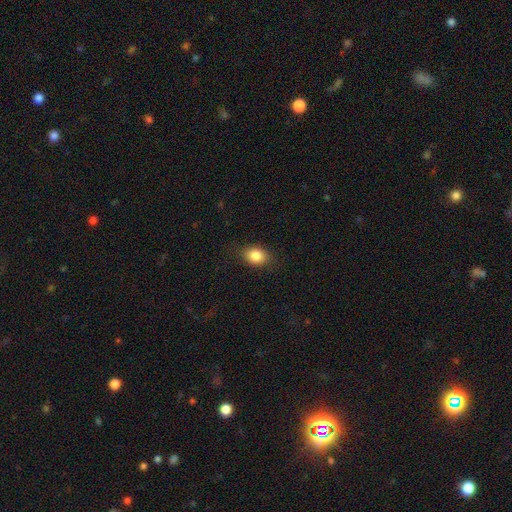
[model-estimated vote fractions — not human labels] A smooth galaxy with no disk features (84%) that is in between round and cigar-shaped (70%).

Vote fractions:
- Smooth or featured? smooth: 84% / star or artifact: 9% / featured or disk: 7%
- How rounded? in between: 70% / round: 29% / cigar-shaped: 1%
- Merging? none: 83% / minor disturbance: 13% / major disturbance: 3% / merger: 1%